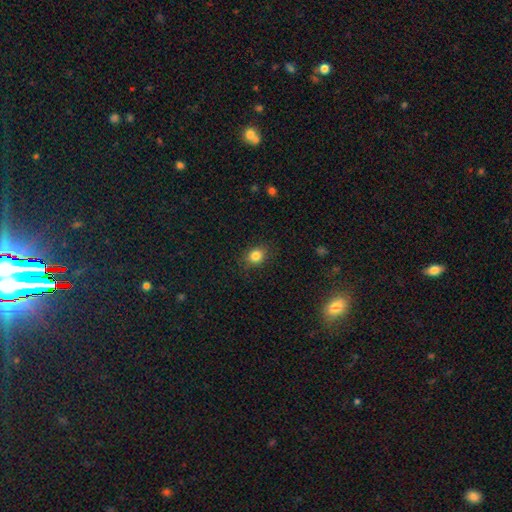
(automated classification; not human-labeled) smooth_or_featured: smooth (p=0.84) [alt: star or artifact p=0.11]
how_rounded: round (p=0.58) [alt: in between p=0.41]
merging: none (p=0.85) [alt: minor disturbance p=0.11]